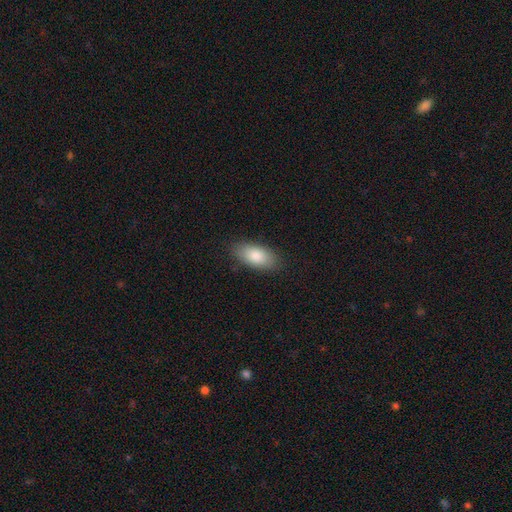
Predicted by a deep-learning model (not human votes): The model was most divided on "merging": none: 85%, minor disturbance: 11%, major disturbance: 3%, merger: 1%. More confident: how rounded — in between (91%); smooth or featured — smooth (85%).